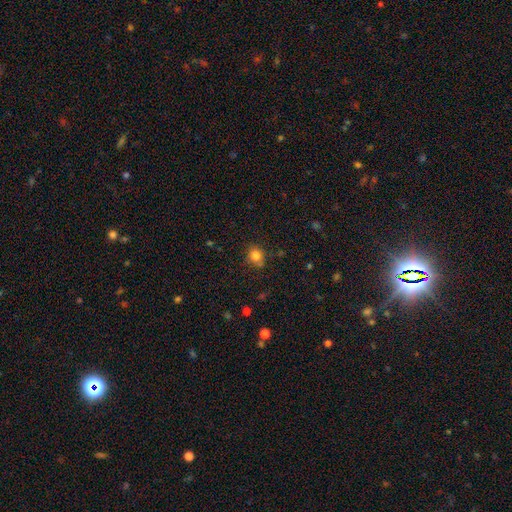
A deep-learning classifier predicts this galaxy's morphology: type=smooth (81%); roundness=round (69%); merging=none (74%).